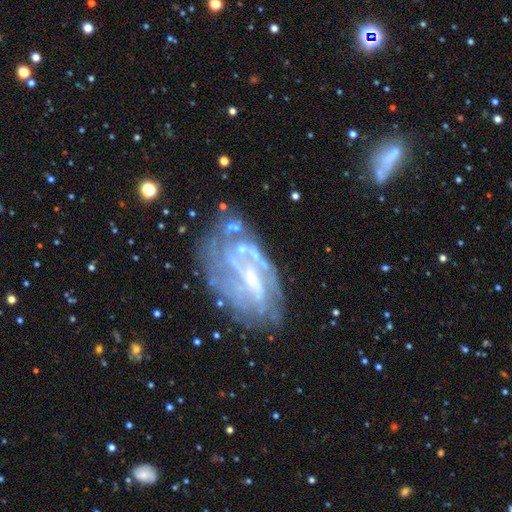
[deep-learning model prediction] Morphology: type=featured or disk (72%); edge-on=no (93%); bar=no (53%); spiral arms=yes (57%); bulge=small (42%); merging=none (50%).